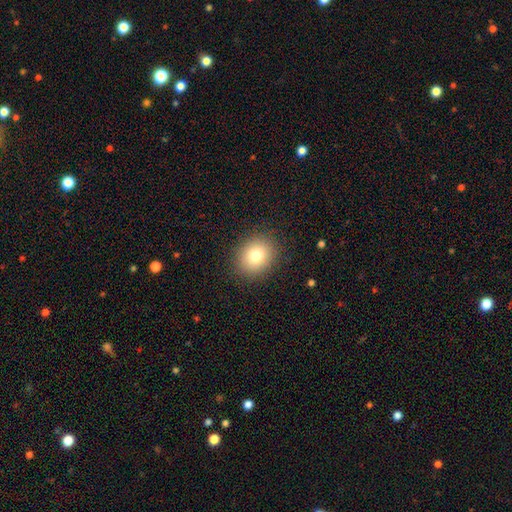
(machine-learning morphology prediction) Smooth or featured?
  - smooth: 80% *
  - star or artifact: 11%
  - featured or disk: 9%
How rounded?
  - round: 62% *
  - in between: 37%
  - cigar-shaped: 1%
Merging?
  - none: 88% *
  - minor disturbance: 8%
  - major disturbance: 3%
  - merger: 1%